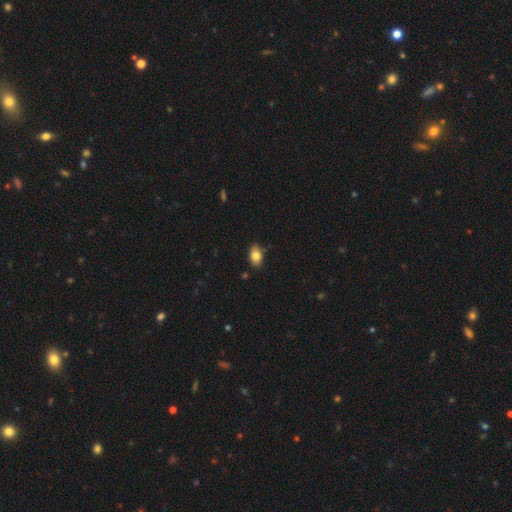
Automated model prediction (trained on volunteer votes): The model was most divided on "merging": none: 84%, minor disturbance: 12%, major disturbance: 2%, merger: 1%. More confident: how rounded — in between (89%); smooth or featured — smooth (82%).